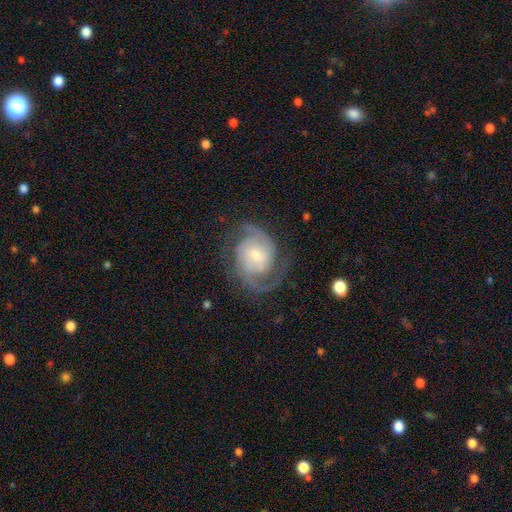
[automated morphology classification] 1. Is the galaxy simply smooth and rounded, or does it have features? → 88% featured or disk, 7% smooth, 5% star or artifact.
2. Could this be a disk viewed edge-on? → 98% no, 2% yes.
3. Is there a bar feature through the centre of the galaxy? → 52% no, 38% weak, 10% strong.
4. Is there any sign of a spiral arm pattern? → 97% yes, 3% no.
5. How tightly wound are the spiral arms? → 50% medium, 35% tight, 15% loose.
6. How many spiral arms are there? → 84% 2, 5% 3, 5% can't tell, 2% 1, 2% 4, 2% more than 4.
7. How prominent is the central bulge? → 53% small, 38% moderate, 5% large, 3% none, 1% dominant.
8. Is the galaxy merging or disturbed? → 73% none, 15% minor disturbance, 10% major disturbance, 1% merger.